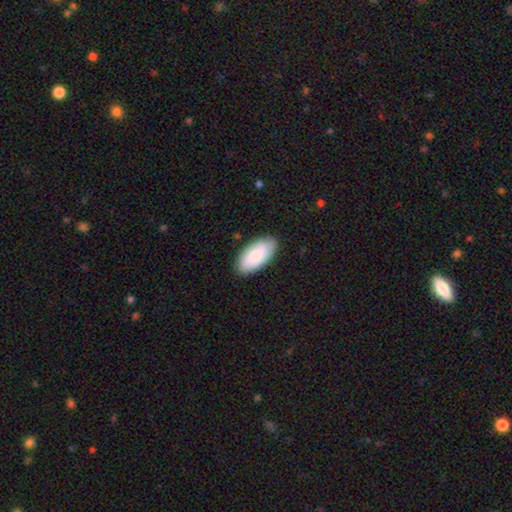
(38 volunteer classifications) Smooth or featured?
  - smooth: 84% *
  - featured or disk: 13%
  - star or artifact: 3%
How rounded?
  - in between: 97% *
  - cigar-shaped: 3%
  - round: 0%
Merging?
  - none: 76% *
  - minor disturbance: 19%
  - major disturbance: 5%
  - merger: 0%